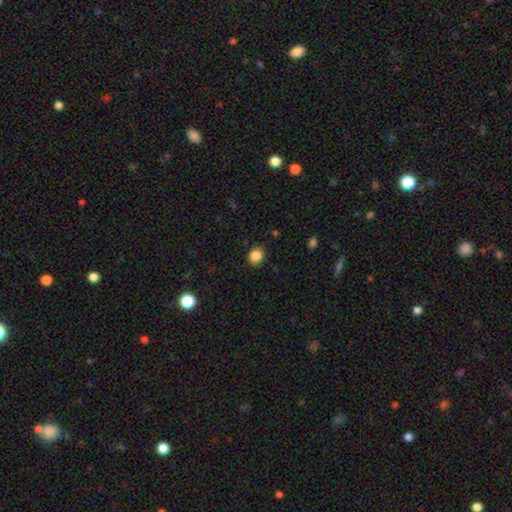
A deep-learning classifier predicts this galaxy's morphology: A smooth galaxy with no disk features (85%) that is round (58%).

Vote fractions:
- Smooth or featured? smooth: 85% / star or artifact: 10% / featured or disk: 5%
- How rounded? round: 58% / in between: 41% / cigar-shaped: 1%
- Merging? none: 85% / minor disturbance: 11% / major disturbance: 2% / merger: 1%